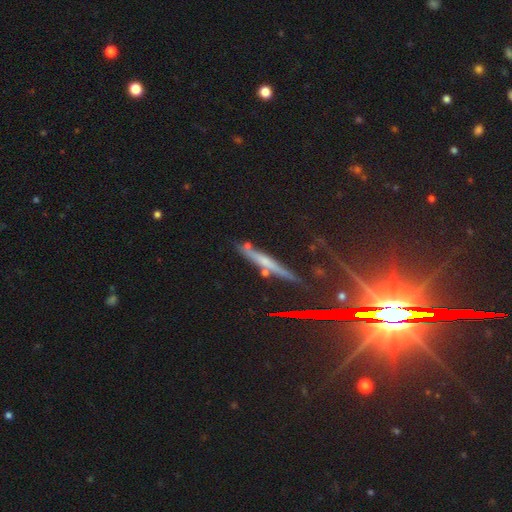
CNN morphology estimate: type=featured or disk (45%); merging=none (75%).